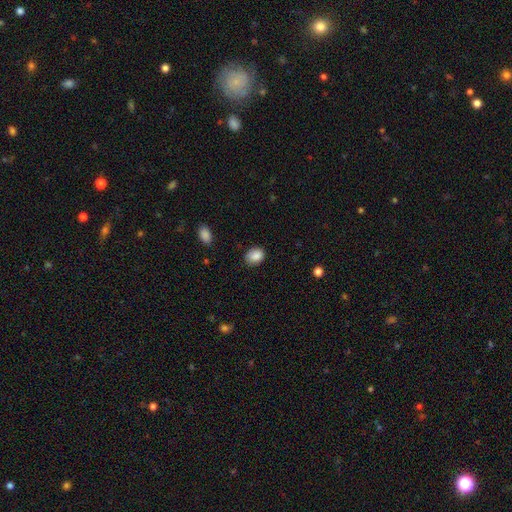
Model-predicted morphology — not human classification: smooth-or-featured: smooth: 87% | star or artifact: 8% | featured or disk: 5%
  how-rounded: in between: 60% | round: 39% | cigar-shaped: 1%
  merging: none: 77% | minor disturbance: 18% | major disturbance: 3% | merger: 1%